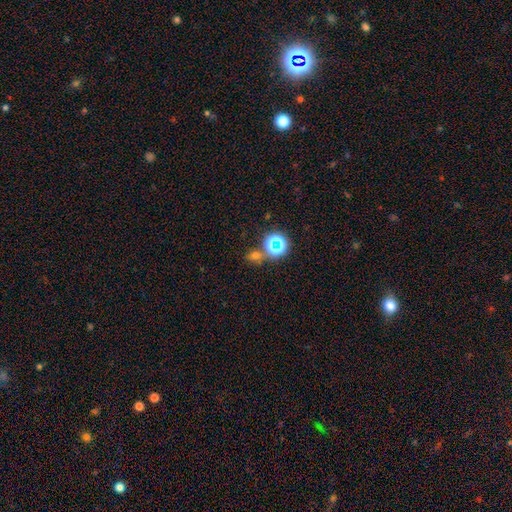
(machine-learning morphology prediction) Smooth or featured? Predicted: smooth (p=0.51). How rounded? Predicted: round (p=0.62). Merging? Predicted: none (p=0.66).